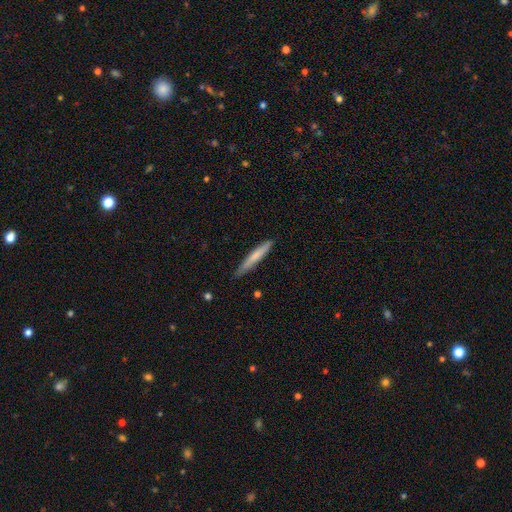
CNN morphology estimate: This appears to be a smooth galaxy with no disk features (69%) that is cigar-shaped (95%). Merging: none (83%).